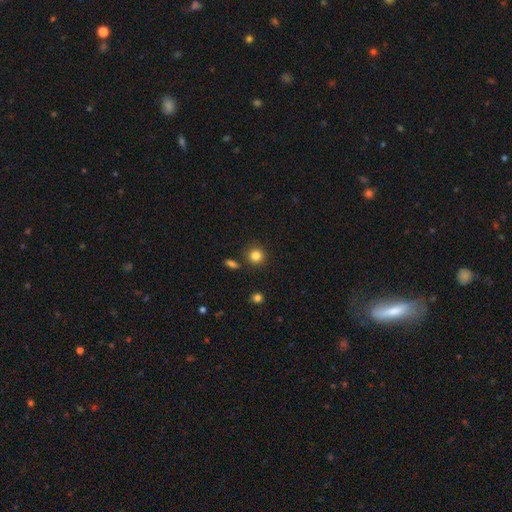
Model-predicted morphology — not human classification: Q: Smooth or featured?
A: smooth (84%); runner-up: star or artifact (11%)
Q: How rounded?
A: round (92%); runner-up: in between (8%)
Q: Merging?
A: none (87%); runner-up: minor disturbance (7%)